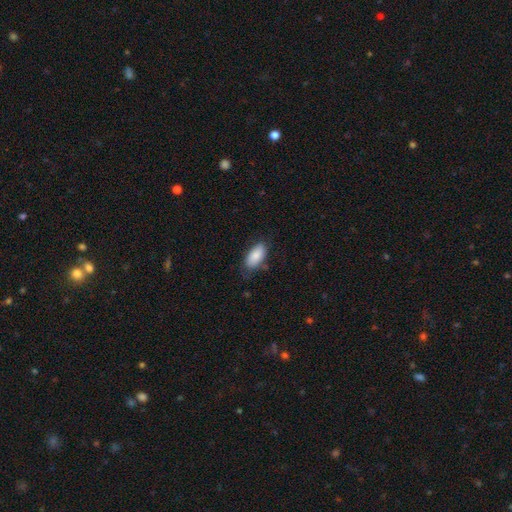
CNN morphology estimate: The model was most divided on "merging": none: 69%, minor disturbance: 24%, major disturbance: 5%, merger: 2%. More confident: how rounded — in between (92%); smooth or featured — smooth (86%).